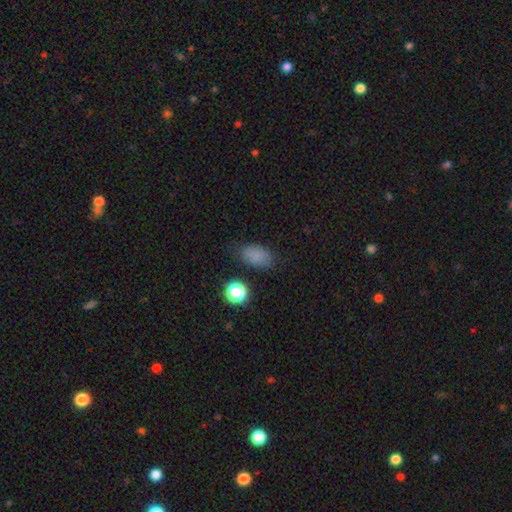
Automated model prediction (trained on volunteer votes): smooth_or_featured: smooth (p=0.81) [alt: star or artifact p=0.14]
how_rounded: in between (p=0.86) [alt: round p=0.12]
merging: none (p=0.78) [alt: minor disturbance p=0.16]